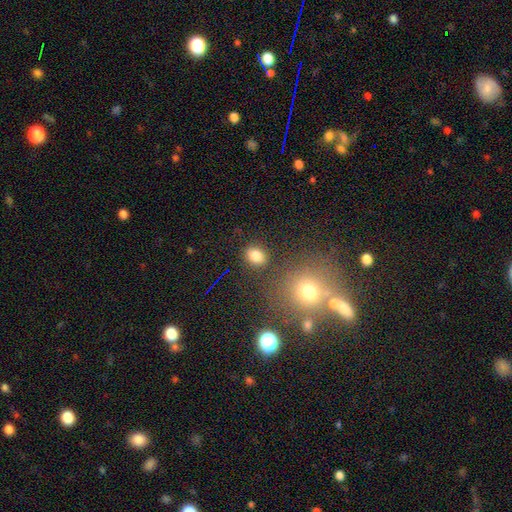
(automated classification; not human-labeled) This is clearly a smooth galaxy (81%). How rounded: possibly in between (55%). Merging: clearly none (83%).